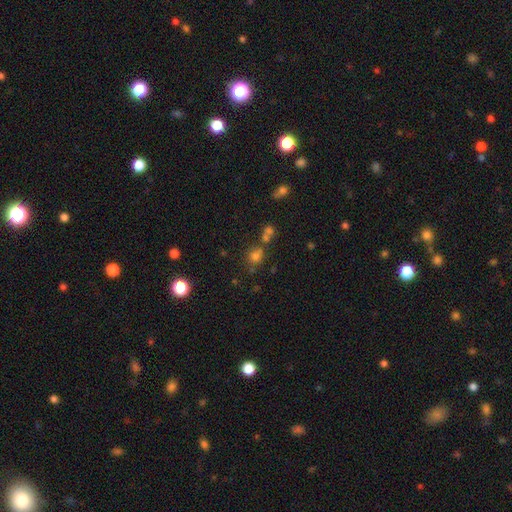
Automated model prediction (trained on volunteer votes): Q: Smooth or featured?
A: smooth (66%); runner-up: star or artifact (24%)
Q: How rounded?
A: round (81%); runner-up: in between (17%)
Q: Merging?
A: none (58%); runner-up: merger (26%)